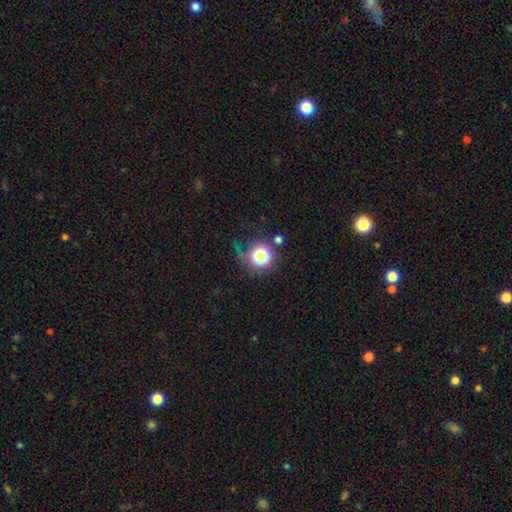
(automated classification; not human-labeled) smooth-or-featured: smooth: 51% | star or artifact: 40% | featured or disk: 10%
  how-rounded: round: 90% | in between: 9% | cigar-shaped: 1%
  merging: none: 70% | minor disturbance: 12% | major disturbance: 10% | merger: 8%